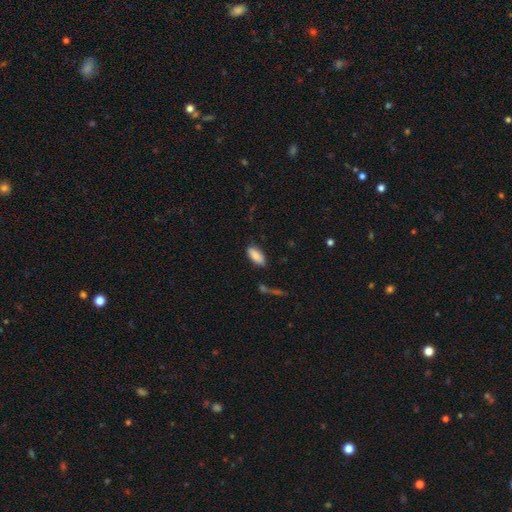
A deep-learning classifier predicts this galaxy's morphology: This appears to be a smooth galaxy with no disk features (87%) that is in between round and cigar-shaped (85%). Merging: none (80%).